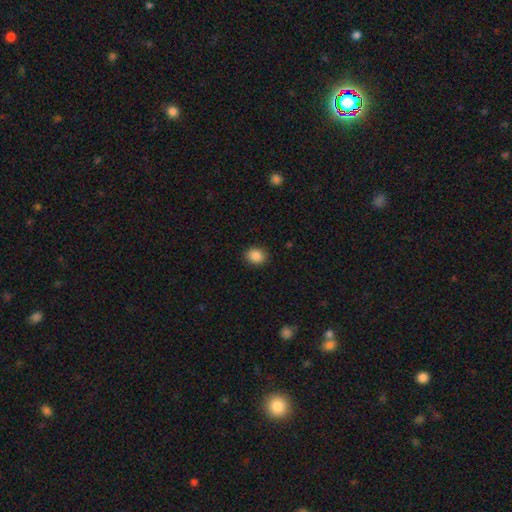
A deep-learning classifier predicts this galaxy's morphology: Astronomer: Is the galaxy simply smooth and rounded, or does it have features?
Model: smooth — 87%.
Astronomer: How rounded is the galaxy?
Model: round — 67%.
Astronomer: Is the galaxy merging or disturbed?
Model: none — 90%.